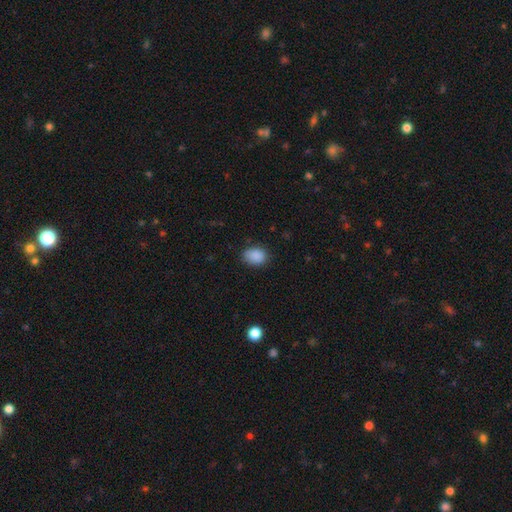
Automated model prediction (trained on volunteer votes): The model was most divided on "how rounded": in between: 70%, round: 29%, cigar-shaped: 1%. More confident: smooth or featured — smooth (88%); merging — none (80%).